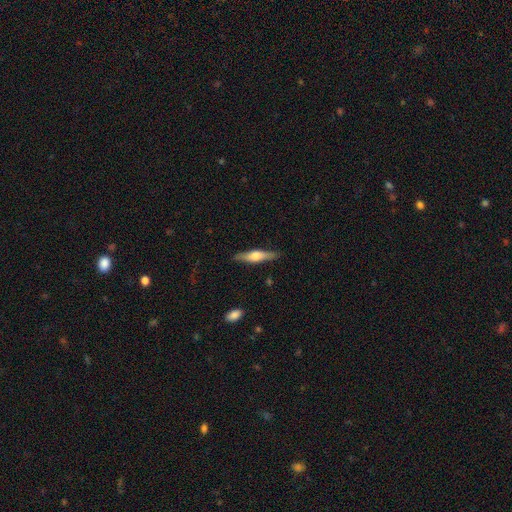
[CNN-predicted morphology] Smooth or featured? Predicted: featured or disk (p=0.59). Edge-on disk? Predicted: yes (p=0.96). Edge-on bulge? Predicted: rounded (p=0.88). Merging? Predicted: none (p=0.88).